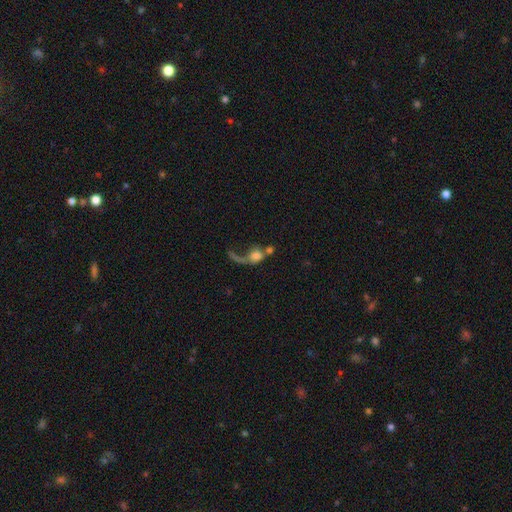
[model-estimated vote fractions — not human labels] Q: Smooth or featured?
A: smooth (54%); runner-up: featured or disk (34%)
Q: How rounded?
A: round (61%); runner-up: in between (35%)
Q: Merging?
A: major disturbance (38%); runner-up: merger (34%)